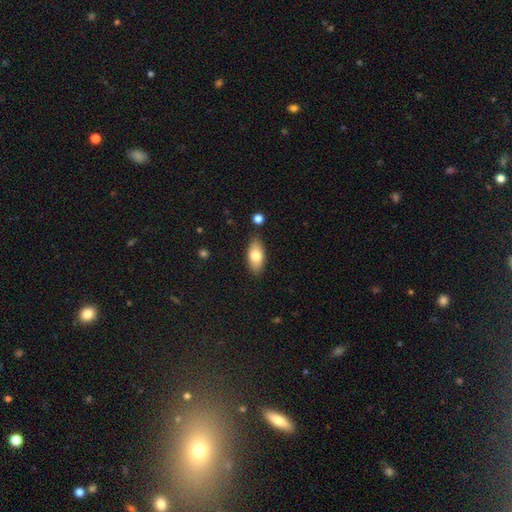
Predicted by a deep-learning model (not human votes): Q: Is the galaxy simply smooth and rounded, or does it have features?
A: smooth — 77%.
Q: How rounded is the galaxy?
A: in between — 89%.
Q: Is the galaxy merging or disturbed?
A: none — 84%.